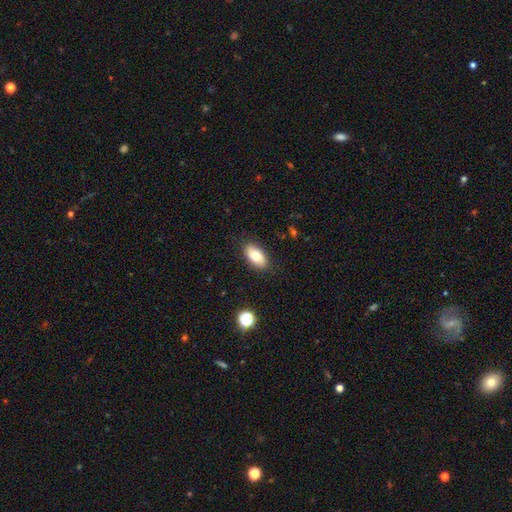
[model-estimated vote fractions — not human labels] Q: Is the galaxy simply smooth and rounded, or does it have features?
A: smooth — 77%.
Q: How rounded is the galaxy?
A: in between — 92%.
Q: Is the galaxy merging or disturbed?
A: none — 87%.